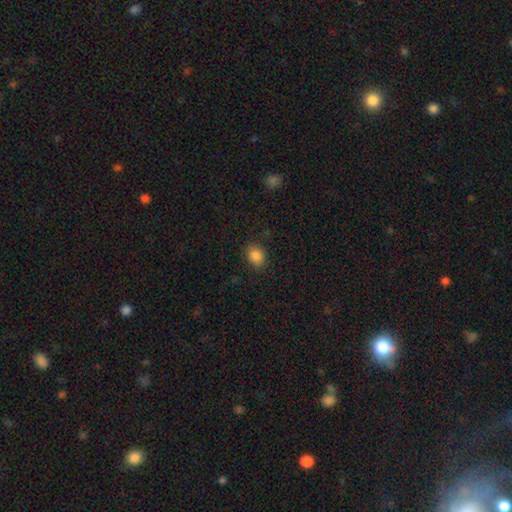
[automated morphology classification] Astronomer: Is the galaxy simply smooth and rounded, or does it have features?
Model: smooth — 87%.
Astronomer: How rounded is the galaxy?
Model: round — 52% (runner-up: in between, 48%).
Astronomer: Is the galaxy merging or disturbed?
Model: none — 86%.